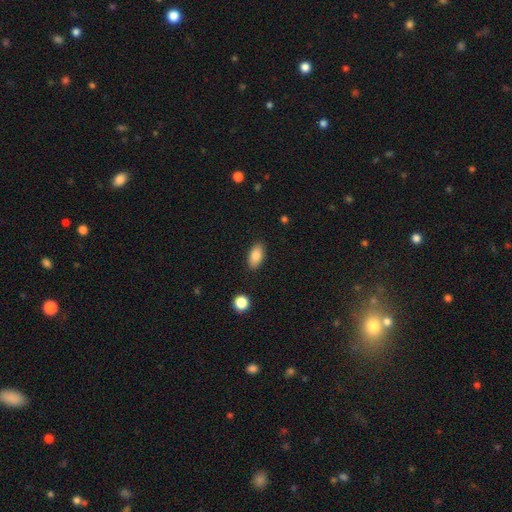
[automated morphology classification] The model was most divided on "smooth or featured": smooth: 84%, featured or disk: 8%, star or artifact: 8%. More confident: how rounded — in between (91%); merging — none (87%).